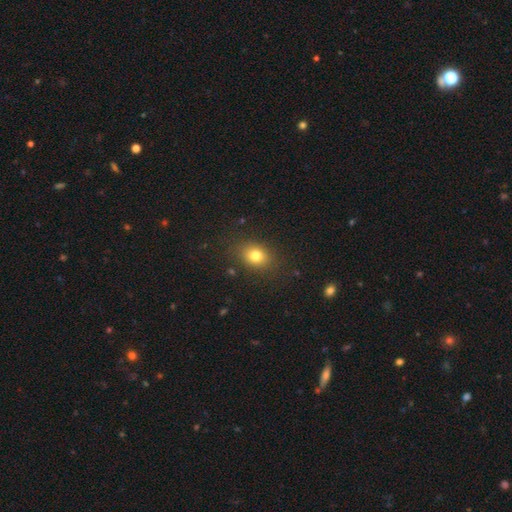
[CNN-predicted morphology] Smooth or featured? Predicted: smooth (p=0.78). How rounded? Predicted: in between (p=0.55). Merging? Predicted: none (p=0.83).